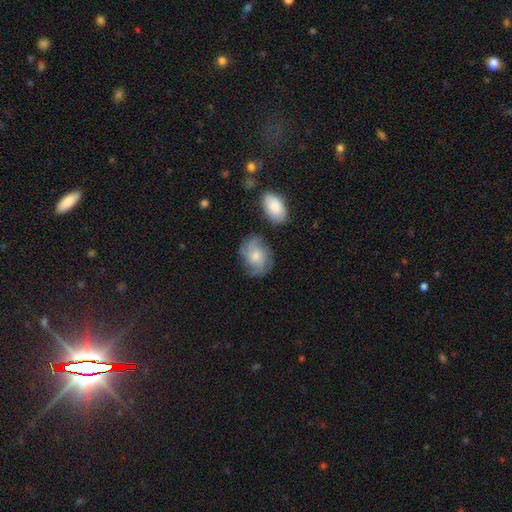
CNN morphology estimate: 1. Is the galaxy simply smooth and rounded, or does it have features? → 52% featured or disk, 41% smooth, 8% star or artifact.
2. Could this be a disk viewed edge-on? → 97% no, 3% yes.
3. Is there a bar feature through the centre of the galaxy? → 76% no, 21% weak, 3% strong.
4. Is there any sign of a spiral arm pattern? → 83% yes, 17% no.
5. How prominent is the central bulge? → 46% moderate, 43% small, 6% large, 4% none, 2% dominant.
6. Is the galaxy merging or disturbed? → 63% none, 23% minor disturbance, 9% major disturbance, 5% merger.